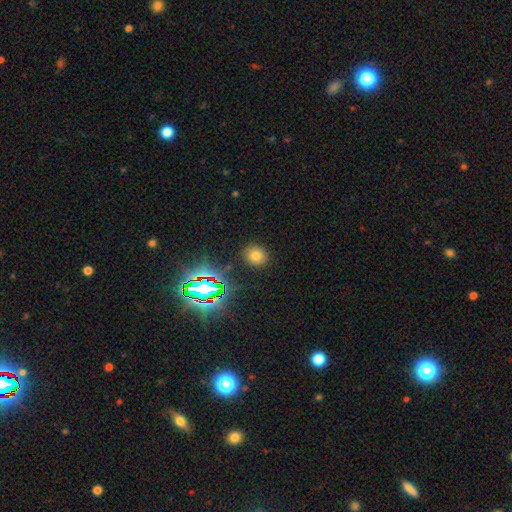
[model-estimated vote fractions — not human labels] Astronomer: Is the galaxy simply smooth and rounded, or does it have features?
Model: smooth — 70%.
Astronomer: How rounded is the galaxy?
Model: round — 79%.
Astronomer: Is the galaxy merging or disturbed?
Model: none — 88%.